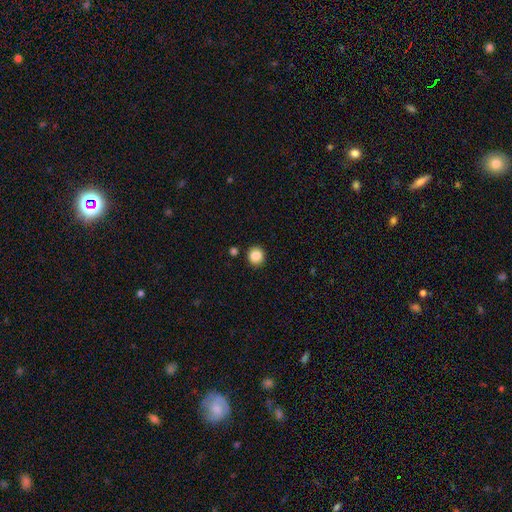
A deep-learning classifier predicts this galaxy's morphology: This appears to be a smooth galaxy with no disk features (87%) that is round (92%). Merging: none (90%).